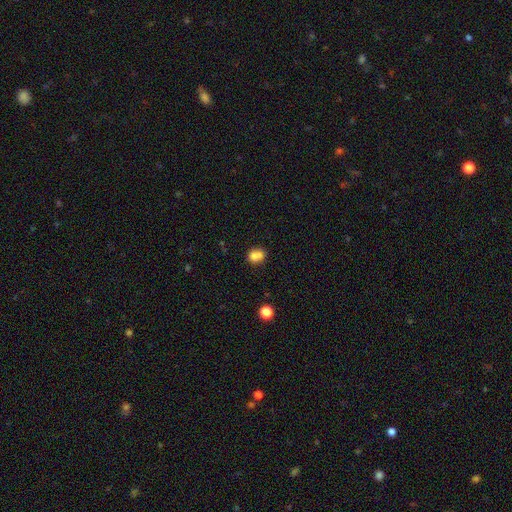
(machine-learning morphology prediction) This is likely a smooth galaxy (74%). How rounded: likely round (64%). Merging: possibly merger (45%).